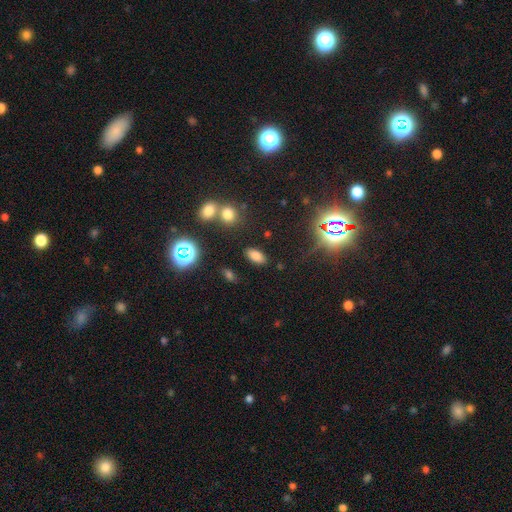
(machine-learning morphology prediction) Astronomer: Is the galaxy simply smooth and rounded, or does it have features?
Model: smooth — 75%.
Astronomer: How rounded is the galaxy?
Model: in between — 90%.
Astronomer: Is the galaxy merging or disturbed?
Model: none — 84%.